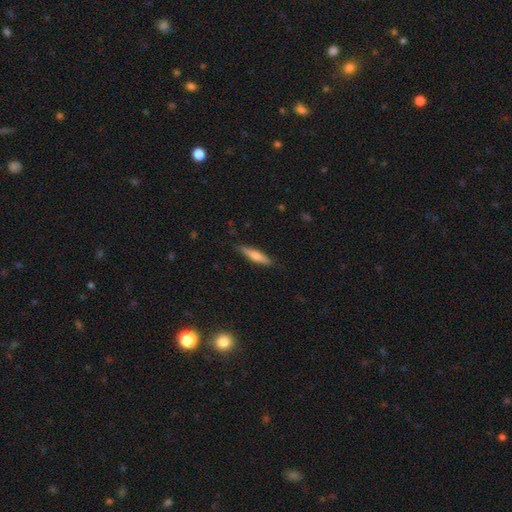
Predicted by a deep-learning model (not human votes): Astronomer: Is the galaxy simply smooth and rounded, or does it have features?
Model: smooth — 61%.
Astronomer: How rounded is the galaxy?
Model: cigar-shaped — 84%.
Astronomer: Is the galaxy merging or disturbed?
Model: none — 85%.